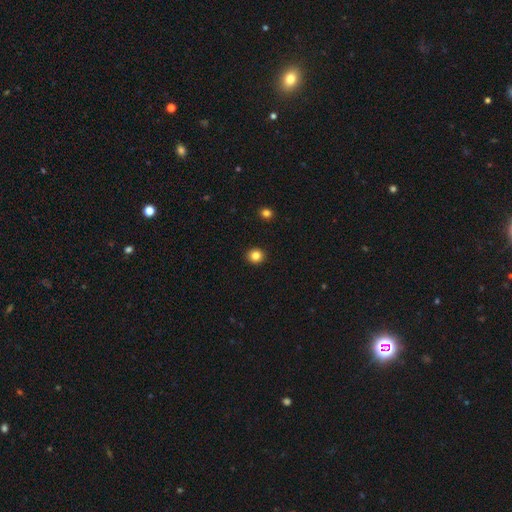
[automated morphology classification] type=smooth (84%); roundness=round (87%); merging=none (93%).